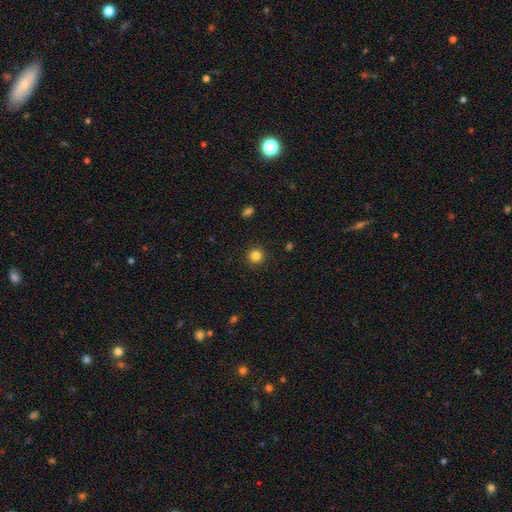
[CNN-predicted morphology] type=smooth (84%); roundness=round (94%); merging=none (92%).